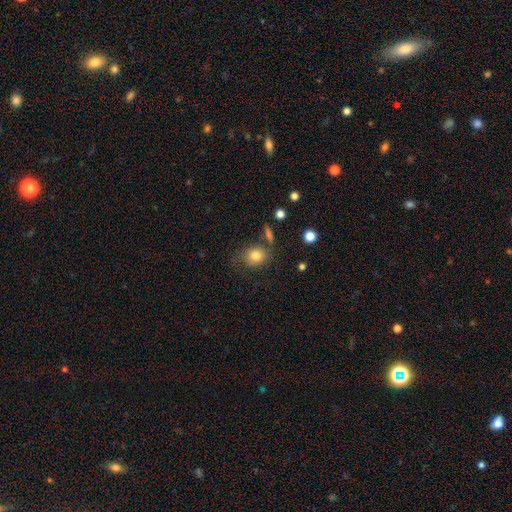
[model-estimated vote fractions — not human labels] Q: Smooth or featured?
A: smooth (80%); runner-up: featured or disk (10%)
Q: How rounded?
A: round (61%); runner-up: in between (38%)
Q: Merging?
A: none (61%); runner-up: minor disturbance (21%)